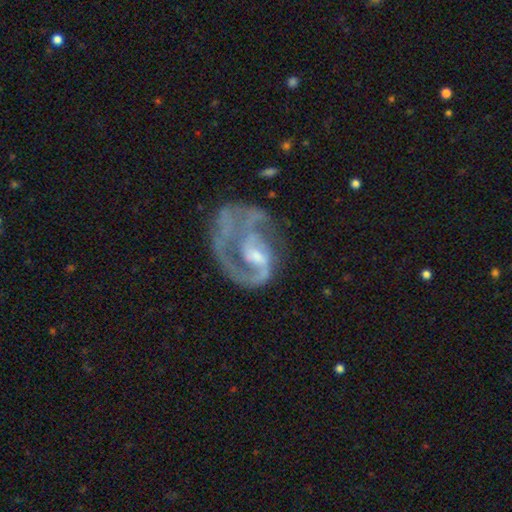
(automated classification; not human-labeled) A featured or disk galaxy (85%) with a weak bar (44%, tied with no), 1 (53%) medium (44%) spiral arms (89%) and a small central bulge (40%). Merging: major disturbance (42%).